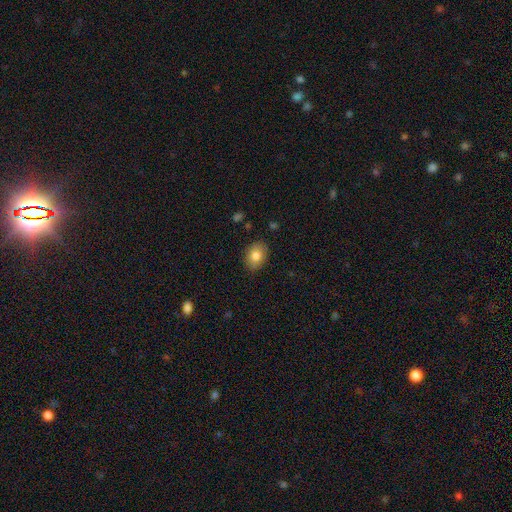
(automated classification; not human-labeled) Smooth or featured: smooth — 82% (featured or disk — 10%)
How rounded: in between — 72% (round — 26%)
Merging: none — 86% (minor disturbance — 10%)